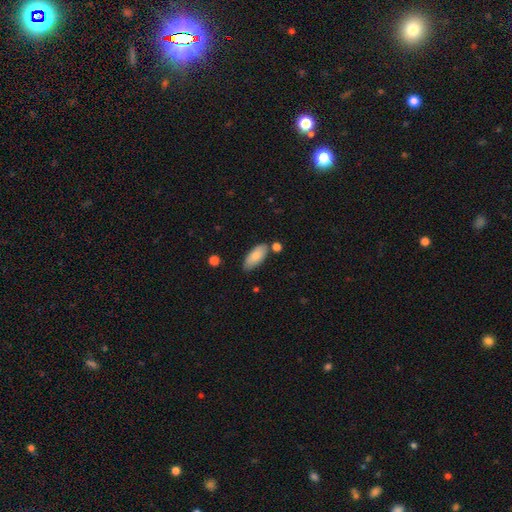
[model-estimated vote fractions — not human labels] Smooth or featured? Predicted: smooth (p=0.80). How rounded? Predicted: in between (p=0.85). Merging? Predicted: none (p=0.75).